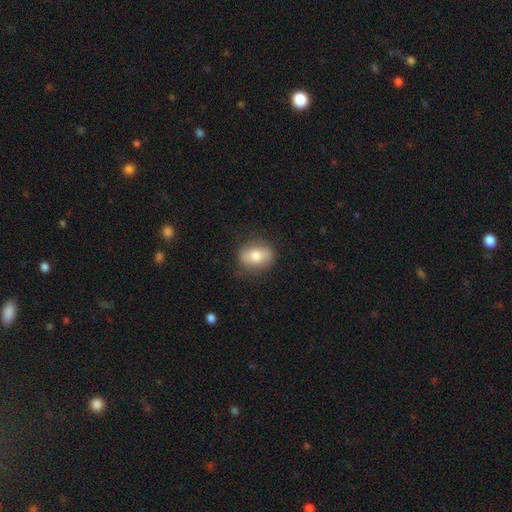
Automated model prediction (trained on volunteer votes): A smooth galaxy with no disk features (67%) that is in between round and cigar-shaped (55%). Merging: none (81%).